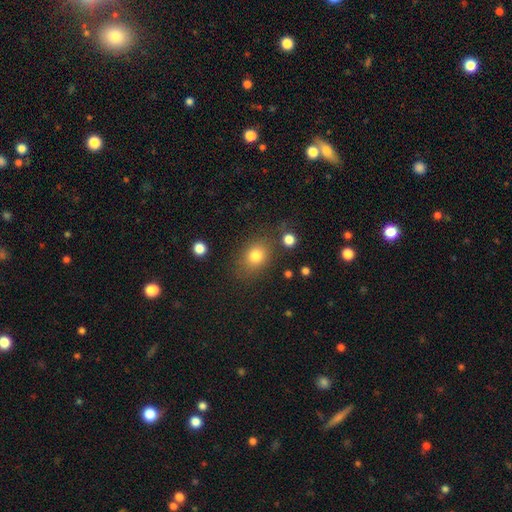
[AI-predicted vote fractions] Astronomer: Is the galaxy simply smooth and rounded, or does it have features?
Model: smooth — 80%.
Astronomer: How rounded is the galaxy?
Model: in between — 57% (runner-up: round, 42%).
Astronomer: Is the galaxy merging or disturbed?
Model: none — 74%.